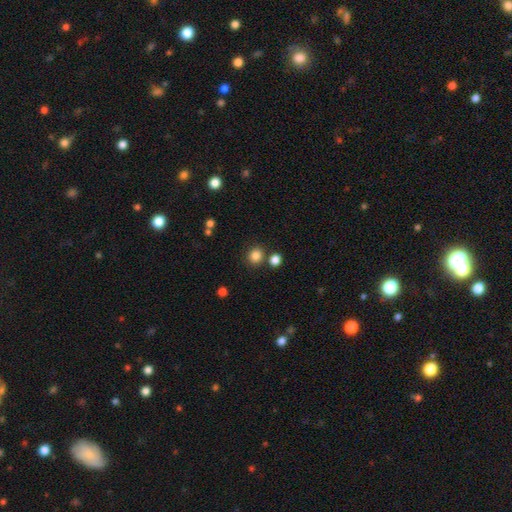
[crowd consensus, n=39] smooth-or-featured: smooth: 90% | featured or disk: 5% | star or artifact: 5%
  how-rounded: round: 80% | in between: 20% | cigar-shaped: 0%
  merging: none: 76% | merger: 14% | minor disturbance: 8% | major disturbance: 3%